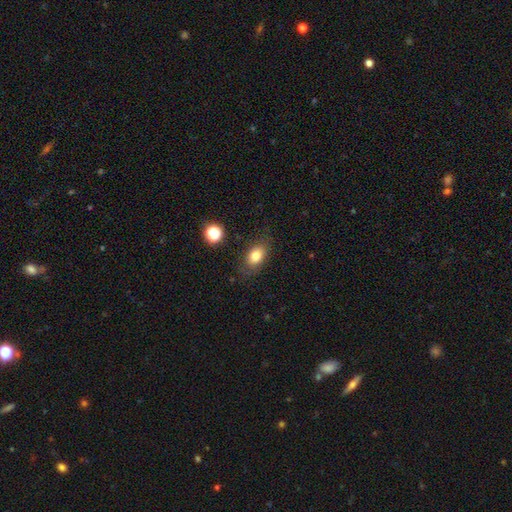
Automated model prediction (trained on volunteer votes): A smooth galaxy with no disk features (79%) that is in between round and cigar-shaped (80%).

Vote fractions:
- Smooth or featured? smooth: 79% / featured or disk: 11% / star or artifact: 10%
- How rounded? in between: 80% / round: 17% / cigar-shaped: 3%
- Merging? none: 79% / minor disturbance: 15% / major disturbance: 5% / merger: 2%